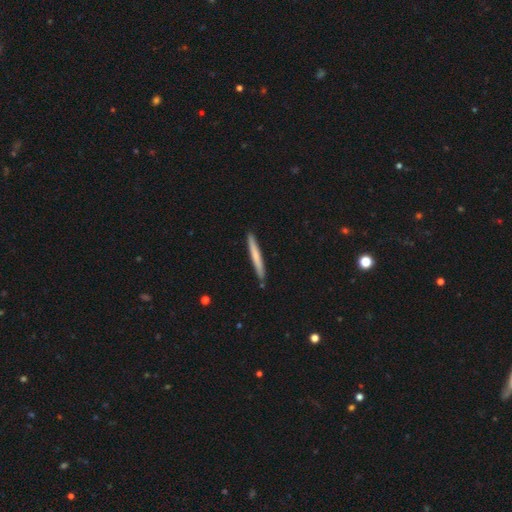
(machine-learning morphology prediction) smooth 65%, featured or disk 30%, star or artifact 5%. Down the decision tree: how rounded — cigar-shaped (97%); merging — none (89%).